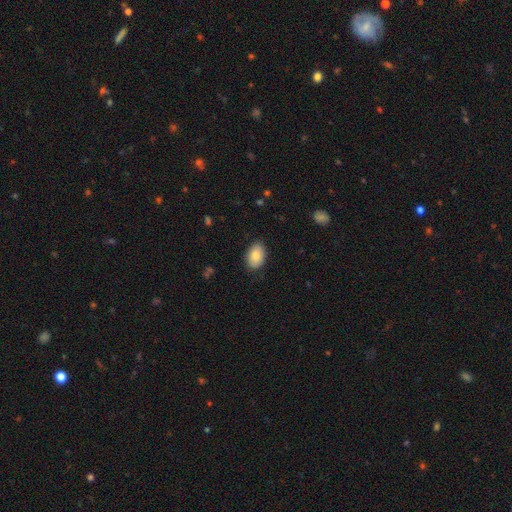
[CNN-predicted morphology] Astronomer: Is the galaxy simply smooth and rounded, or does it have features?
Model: smooth — 84%.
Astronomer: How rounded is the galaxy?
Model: in between — 91%.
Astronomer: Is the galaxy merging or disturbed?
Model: none — 85%.